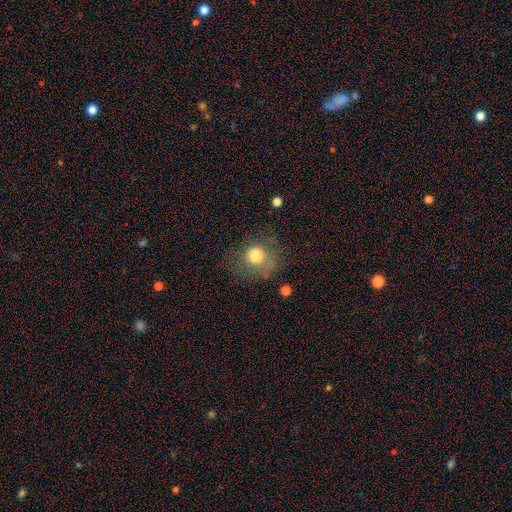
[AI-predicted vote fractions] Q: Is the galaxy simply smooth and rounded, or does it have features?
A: smooth — 76%.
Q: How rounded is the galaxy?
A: round — 83%.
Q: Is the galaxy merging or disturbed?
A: none — 58%.